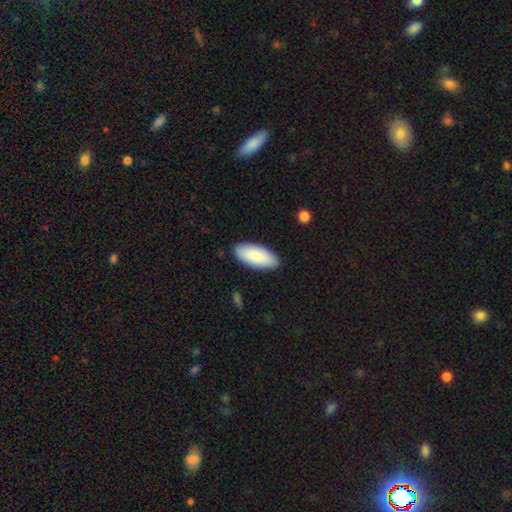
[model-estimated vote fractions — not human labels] Smooth or featured: smooth — 88% (featured or disk — 7%)
How rounded: in between — 89% (cigar-shaped — 9%)
Merging: none — 88% (minor disturbance — 9%)